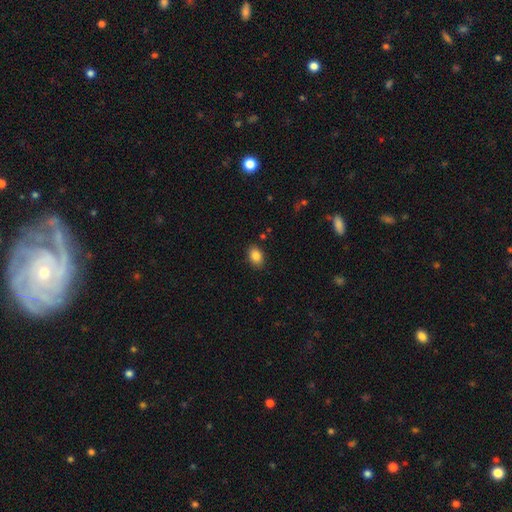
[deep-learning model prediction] Smooth or featured: smooth — 86% (star or artifact — 8%)
How rounded: in between — 83% (round — 16%)
Merging: none — 87% (minor disturbance — 9%)